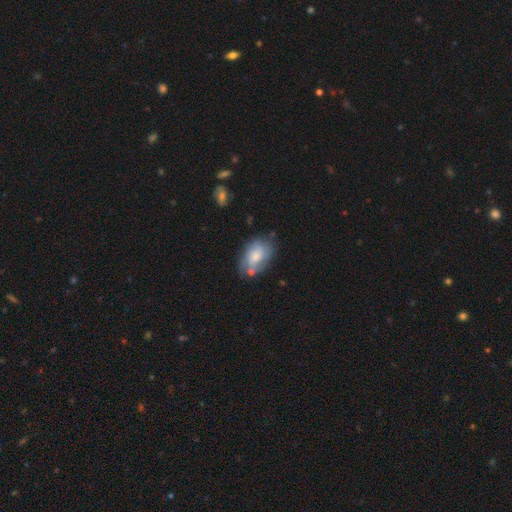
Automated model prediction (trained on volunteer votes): Q: Smooth or featured?
A: smooth (63%); runner-up: featured or disk (30%)
Q: How rounded?
A: in between (89%); runner-up: round (9%)
Q: Merging?
A: none (55%); runner-up: minor disturbance (27%)